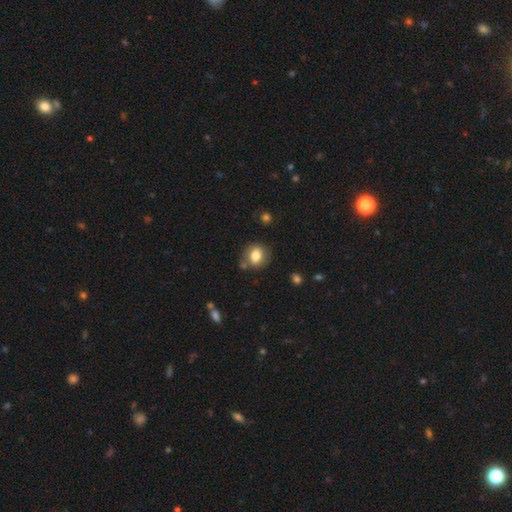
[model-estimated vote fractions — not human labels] Q: Smooth or featured?
A: smooth (79%); runner-up: featured or disk (12%)
Q: How rounded?
A: round (57%); runner-up: in between (42%)
Q: Merging?
A: none (73%); runner-up: minor disturbance (15%)